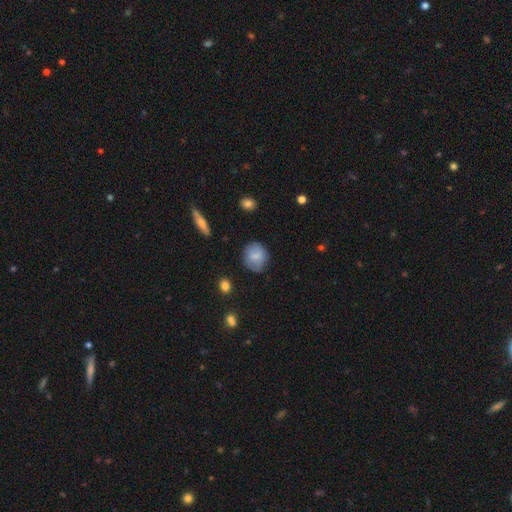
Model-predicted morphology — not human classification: smooth_or_featured: smooth (p=0.76) [alt: featured or disk p=0.16]
how_rounded: round (p=0.74) [alt: in between p=0.24]
merging: none (p=0.74) [alt: minor disturbance p=0.19]